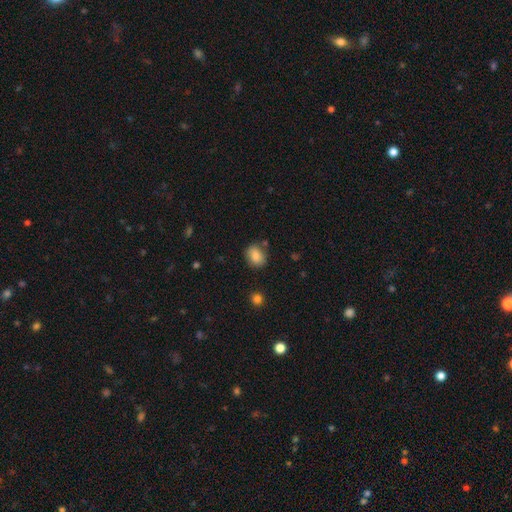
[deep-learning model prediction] This appears to be a smooth galaxy with no disk features (84%) that is in between round and cigar-shaped (51%). Merging: none (76%).